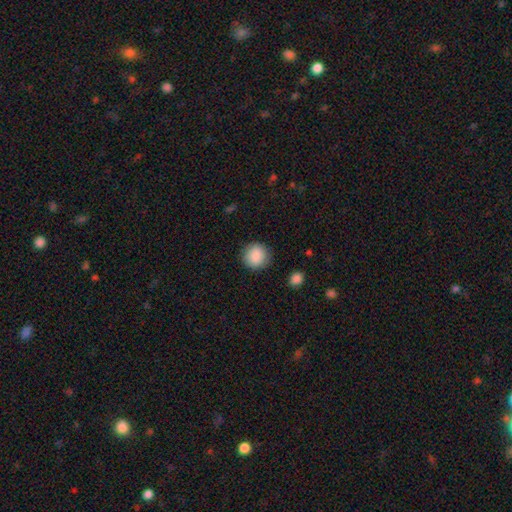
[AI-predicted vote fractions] This is clearly a smooth galaxy (88%). How rounded: clearly round (91%). Merging: clearly none (89%).